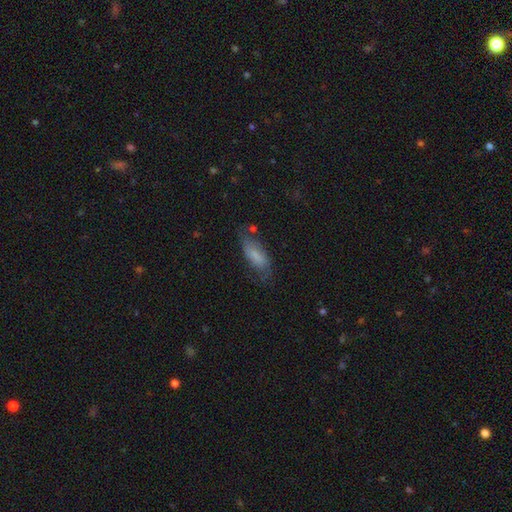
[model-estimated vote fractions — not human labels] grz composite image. It shows a smooth galaxy with no disk features (59%) that is in between round and cigar-shaped (76%). Merging: none (58%).